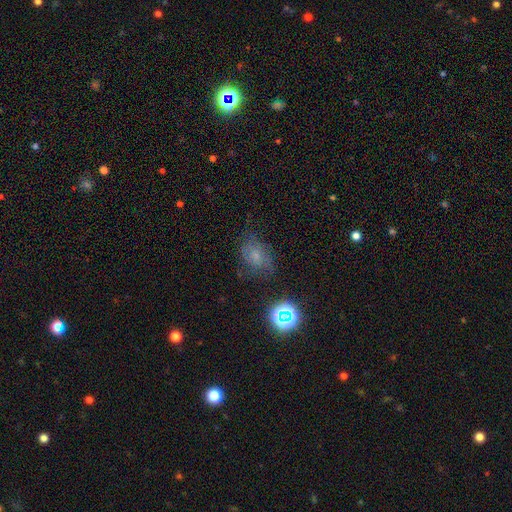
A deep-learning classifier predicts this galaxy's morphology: Smooth or featured? Predicted: smooth (p=0.55). How rounded? Predicted: in between (p=0.59). Merging? Predicted: none (p=0.60).